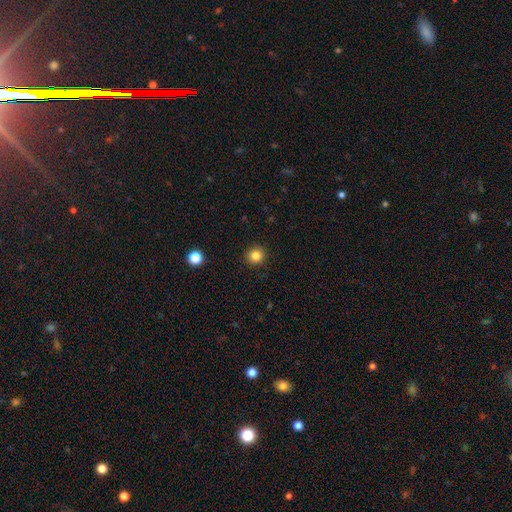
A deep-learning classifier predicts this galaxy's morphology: Q: Smooth or featured?
A: smooth (82%); runner-up: star or artifact (12%)
Q: How rounded?
A: round (92%); runner-up: in between (7%)
Q: Merging?
A: none (92%); runner-up: minor disturbance (6%)